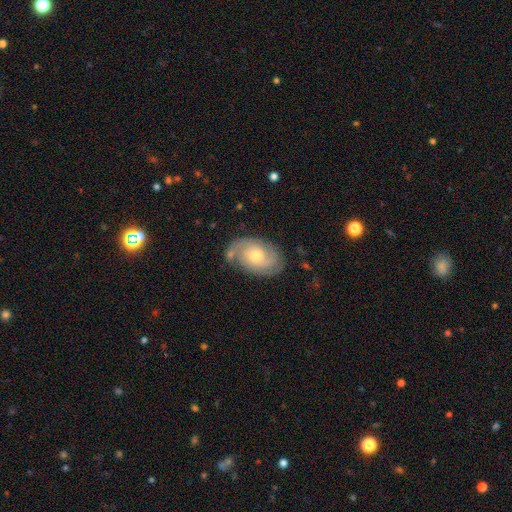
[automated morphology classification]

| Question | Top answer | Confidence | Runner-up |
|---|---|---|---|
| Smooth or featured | featured or disk | 67% | smooth (26%) |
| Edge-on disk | no | 96% | yes (4%) |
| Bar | no | 72% | weak (24%) |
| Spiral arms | yes | 89% | no (11%) |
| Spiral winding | tight | 50% | medium (37%) |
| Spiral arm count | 2 | 57% | can't tell (22%) |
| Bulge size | moderate | 52% | small (43%) |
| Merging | none | 72% | minor disturbance (18%) |